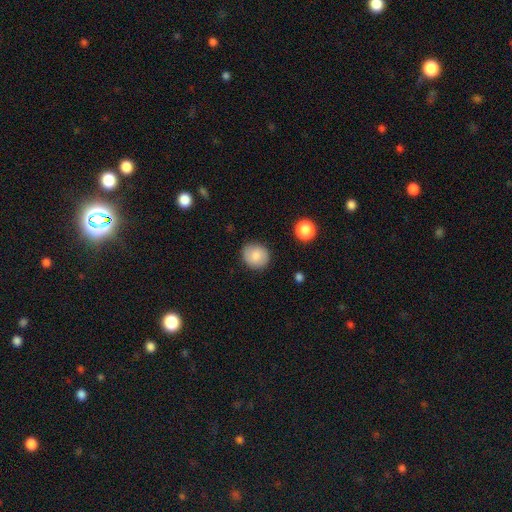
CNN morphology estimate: smooth_or_featured: smooth (p=0.81) [alt: featured or disk p=0.11]
how_rounded: round (p=0.82) [alt: in between p=0.17]
merging: none (p=0.87) [alt: minor disturbance p=0.09]